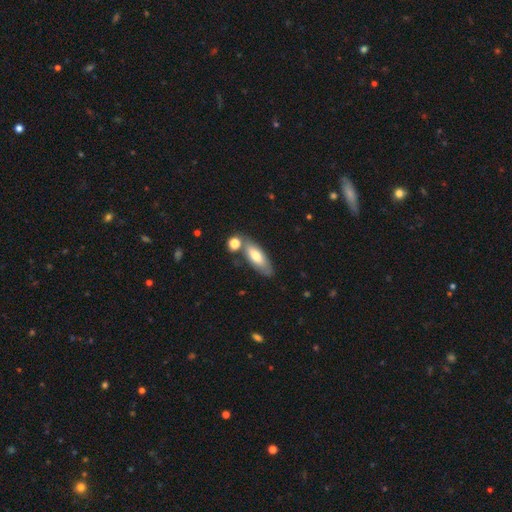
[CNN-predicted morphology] smooth-or-featured: smooth: 67% | featured or disk: 26% | star or artifact: 6%
  how-rounded: in between: 68% | cigar-shaped: 29% | round: 3%
  merging: none: 65% | merger: 16% | minor disturbance: 15% | major disturbance: 4%